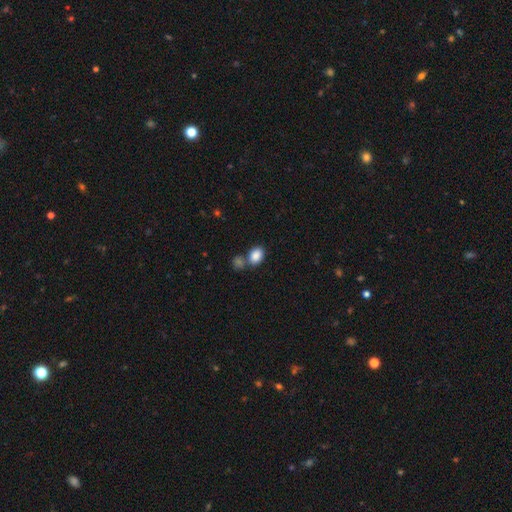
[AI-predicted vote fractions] Overall: smooth (87%). How rounded: in between (77%). Merging: none (55%; merger 30%).